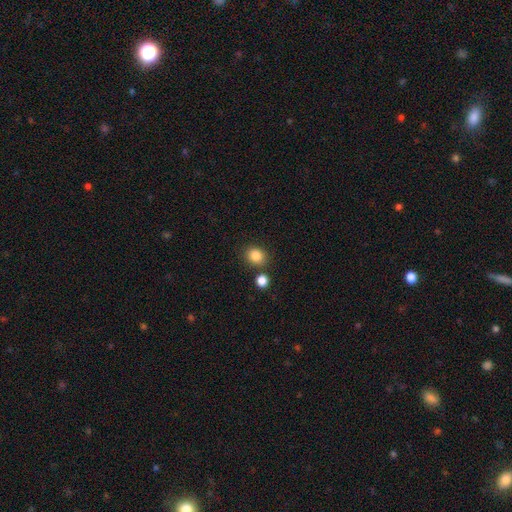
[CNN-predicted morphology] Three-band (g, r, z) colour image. It shows a smooth galaxy with no disk features (85%) that is round (67%). Merging: none (78%).